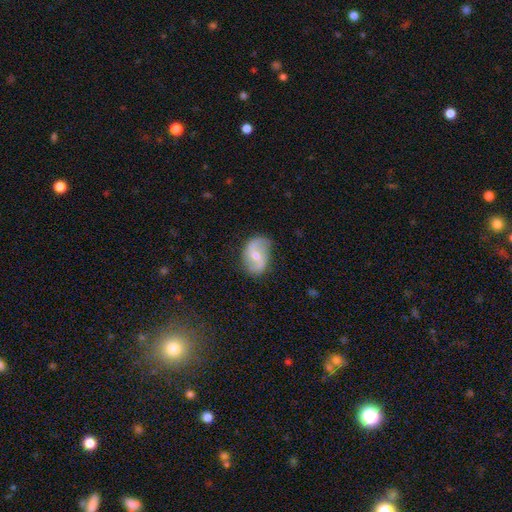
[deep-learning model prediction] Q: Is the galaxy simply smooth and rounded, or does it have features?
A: featured or disk — 73%.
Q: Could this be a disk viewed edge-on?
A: no — 97%.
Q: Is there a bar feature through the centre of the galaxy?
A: weak — 46%.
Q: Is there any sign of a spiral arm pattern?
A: yes — 90%.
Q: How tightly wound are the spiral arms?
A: loose — 55%.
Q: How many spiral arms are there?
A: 2 — 89%.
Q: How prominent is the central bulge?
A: moderate — 55%.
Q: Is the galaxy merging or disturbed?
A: none — 76%.